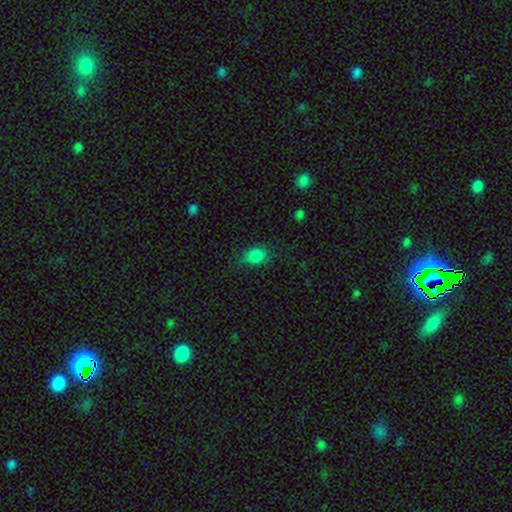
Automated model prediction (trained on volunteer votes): Q: Smooth or featured?
A: smooth (84%); runner-up: star or artifact (11%)
Q: How rounded?
A: in between (61%); runner-up: round (37%)
Q: Merging?
A: none (71%); runner-up: minor disturbance (22%)